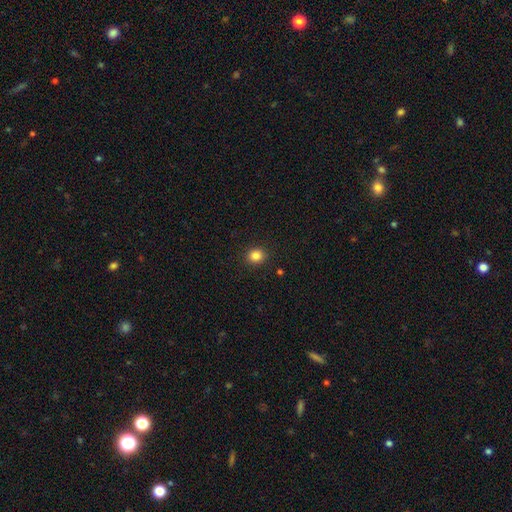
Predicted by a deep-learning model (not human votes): Overall: smooth (84%). How rounded: round (80%). Merging: none (91%).